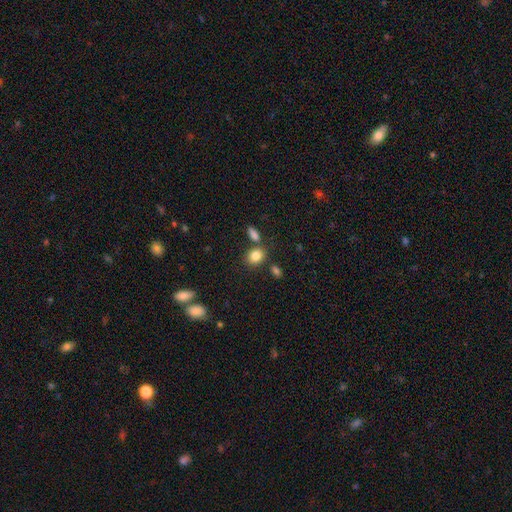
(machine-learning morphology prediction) Q: Smooth or featured?
A: smooth (84%); runner-up: star or artifact (9%)
Q: How rounded?
A: in between (56%); runner-up: round (42%)
Q: Merging?
A: none (69%); runner-up: merger (16%)